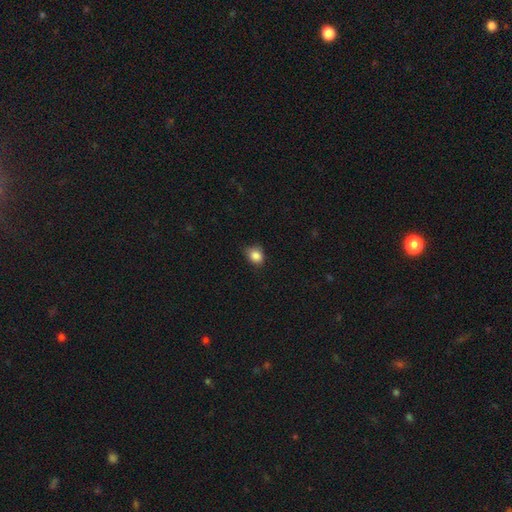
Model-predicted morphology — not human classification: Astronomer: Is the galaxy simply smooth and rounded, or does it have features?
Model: smooth — 85%.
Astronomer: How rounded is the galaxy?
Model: round — 59% (runner-up: in between, 40%).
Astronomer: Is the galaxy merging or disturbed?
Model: none — 69%.